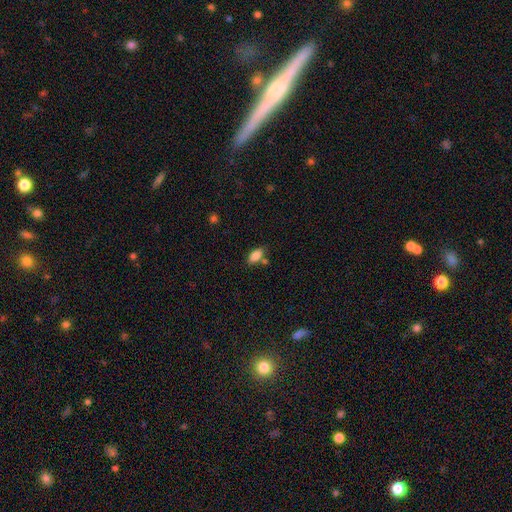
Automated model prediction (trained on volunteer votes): This is clearly a smooth galaxy (85%). How rounded: clearly in between (91%). Merging: likely none (70%).